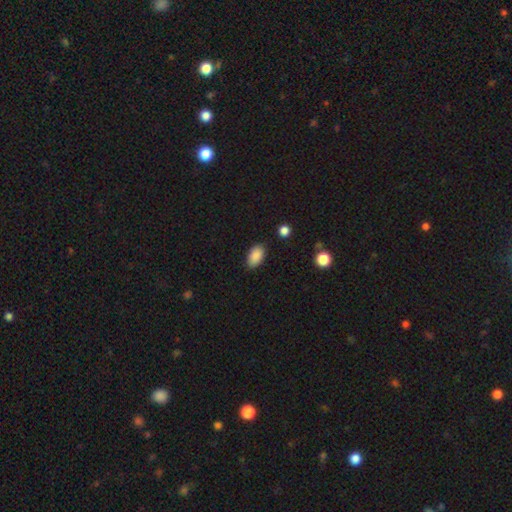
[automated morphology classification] smooth 88%, star or artifact 8%, featured or disk 4%. Down the decision tree: how rounded — in between (92%); merging — none (84%).